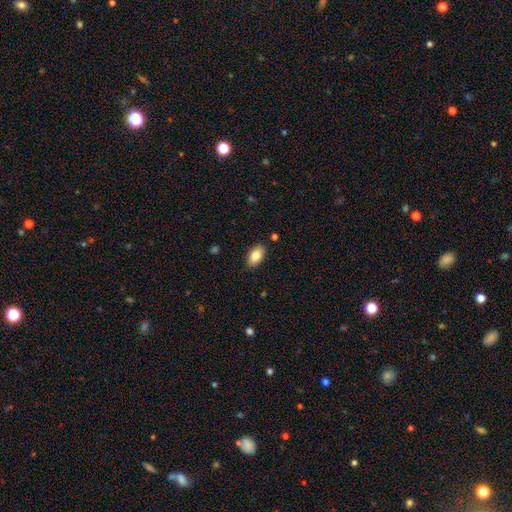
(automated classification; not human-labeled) This appears to be a smooth galaxy with no disk features (83%) that is in between round and cigar-shaped (92%). Merging: none (87%).